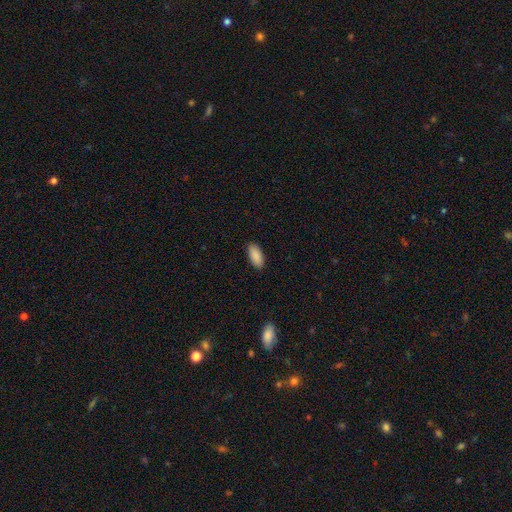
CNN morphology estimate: smooth_or_featured: smooth (p=0.90) [alt: star or artifact p=0.06]
how_rounded: in between (p=0.92) [alt: cigar-shaped p=0.07]
merging: none (p=0.90) [alt: minor disturbance p=0.07]